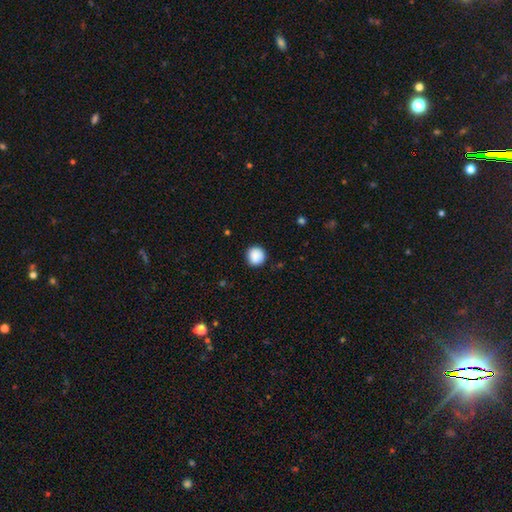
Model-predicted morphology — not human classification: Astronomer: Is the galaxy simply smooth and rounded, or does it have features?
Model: smooth — 89%.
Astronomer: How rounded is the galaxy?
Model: round — 94%.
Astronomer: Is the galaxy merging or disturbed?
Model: none — 90%.